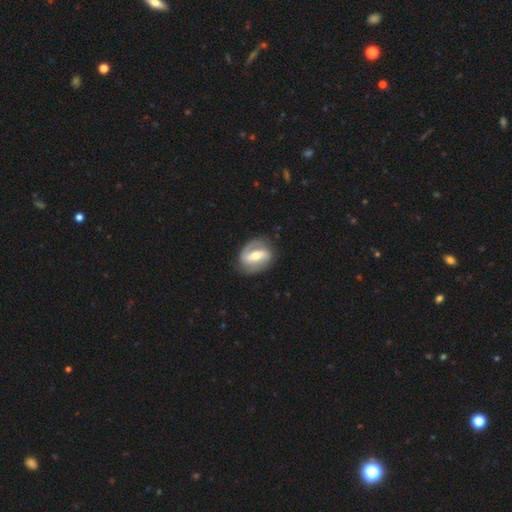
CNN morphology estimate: Smooth or featured? Predicted: featured or disk (p=0.80). Edge-on disk? Predicted: no (p=0.96). Bar? Predicted: strong (p=0.53). Spiral arms? Predicted: yes (p=0.88). Spiral winding? Predicted: medium (p=0.44). Spiral arm count? Predicted: 2 (p=0.83). Bulge size? Predicted: moderate (p=0.65). Merging? Predicted: none (p=0.81).